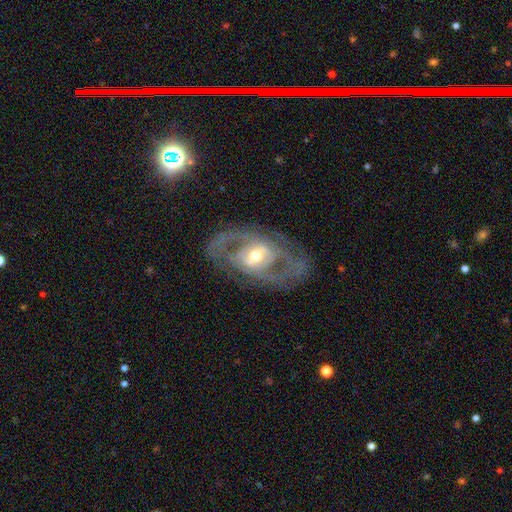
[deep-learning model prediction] Smooth or featured: featured or disk — 82% (smooth — 10%)
Edge-on disk: no — 94% (yes — 6%)
Bar: no — 41% (weak — 38%)
Spiral arms: yes — 85% (no — 15%)
Spiral winding: medium — 43% (tight — 42%)
Spiral arm count: 2 — 72% (can't tell — 15%)
Bulge size: moderate — 60% (small — 32%)
Merging: none — 78% (minor disturbance — 14%)